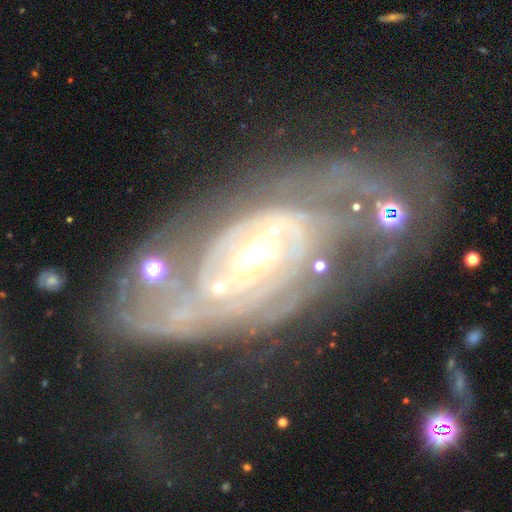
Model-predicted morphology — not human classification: type=featured or disk (86%); edge-on=no (94%); bar=weak (39%); spiral arms=yes (85%); winding=tight (56%); arm count=can't tell (43%); bulge=moderate (53%); merging=major disturbance (36%).